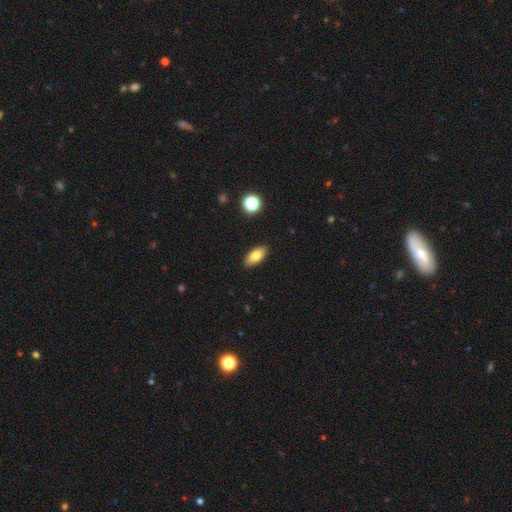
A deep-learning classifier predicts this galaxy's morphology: Overall: smooth (80%). How rounded: in between (88%). Merging: none (88%).